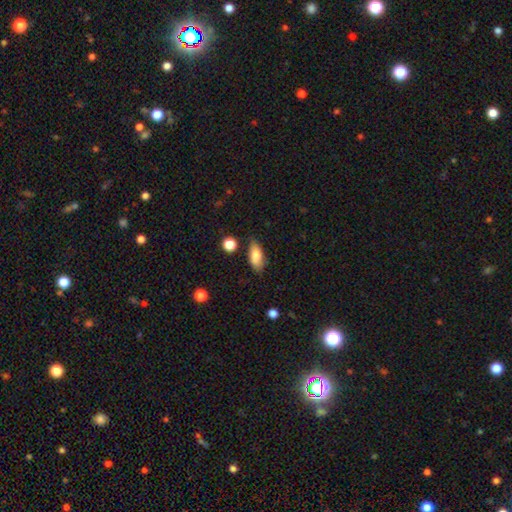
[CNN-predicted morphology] Smooth or featured?
  - smooth: 82% *
  - featured or disk: 11%
  - star or artifact: 7%
How rounded?
  - in between: 84% *
  - cigar-shaped: 13%
  - round: 4%
Merging?
  - none: 75% *
  - minor disturbance: 19%
  - major disturbance: 4%
  - merger: 3%